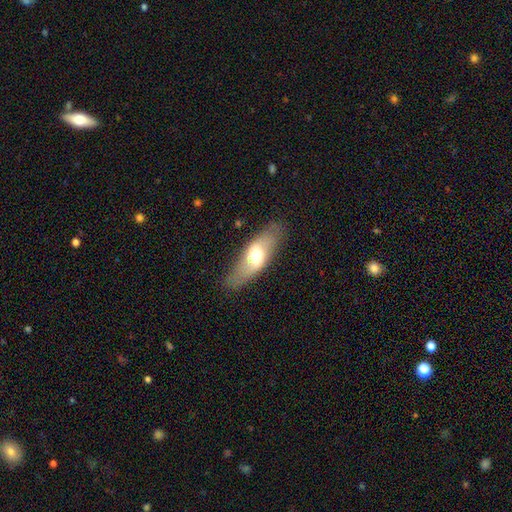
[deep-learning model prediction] smooth-or-featured: smooth: 55% | featured or disk: 39% | star or artifact: 6%
  how-rounded: in between: 71% | cigar-shaped: 25% | round: 3%
  merging: none: 80% | minor disturbance: 15% | major disturbance: 5% | merger: 1%